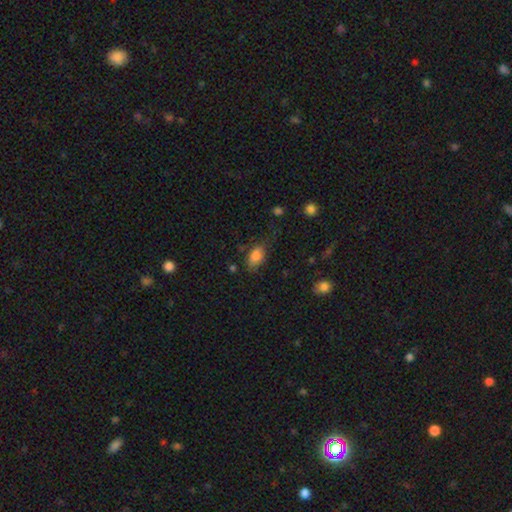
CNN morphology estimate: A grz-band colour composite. It shows a smooth galaxy with no disk features (84%) that is in between round and cigar-shaped (89%). Merging: none (64%).